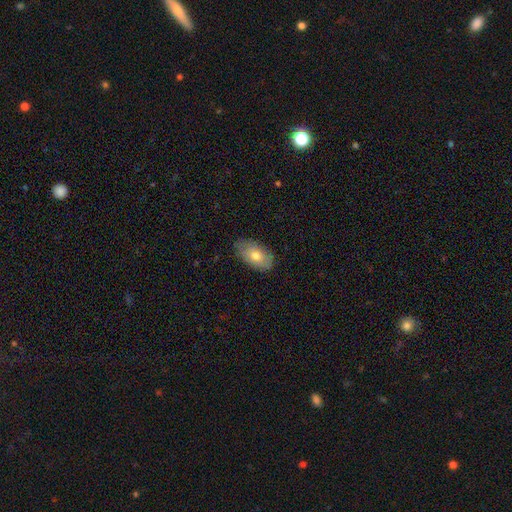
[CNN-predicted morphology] smooth_or_featured: smooth (p=0.74) [alt: featured or disk p=0.19]
how_rounded: in between (p=0.92) [alt: round p=0.06]
merging: none (p=0.80) [alt: minor disturbance p=0.16]